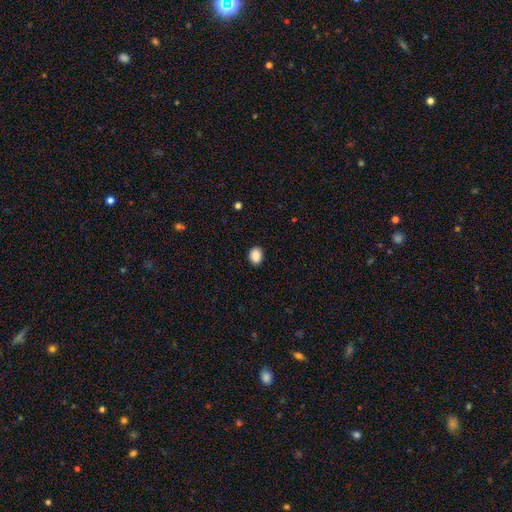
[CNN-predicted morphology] Smooth or featured?
  - smooth: 89% *
  - star or artifact: 8%
  - featured or disk: 3%
How rounded?
  - in between: 50% *
  - round: 49%
  - cigar-shaped: 1%
Merging?
  - none: 90% *
  - minor disturbance: 7%
  - major disturbance: 2%
  - merger: 1%